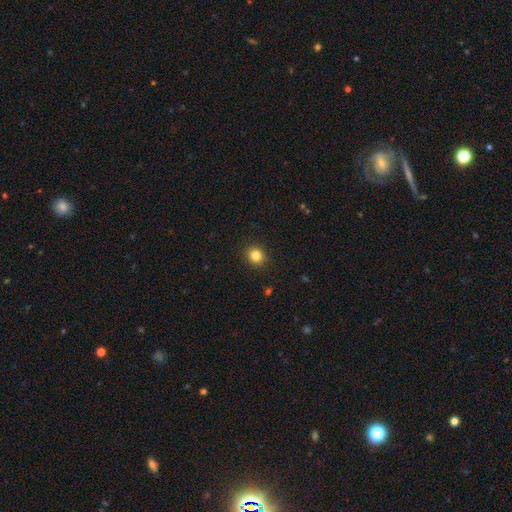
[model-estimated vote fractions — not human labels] This appears to be a smooth galaxy with no disk features (84%) that is round (83%). Merging: none (91%).